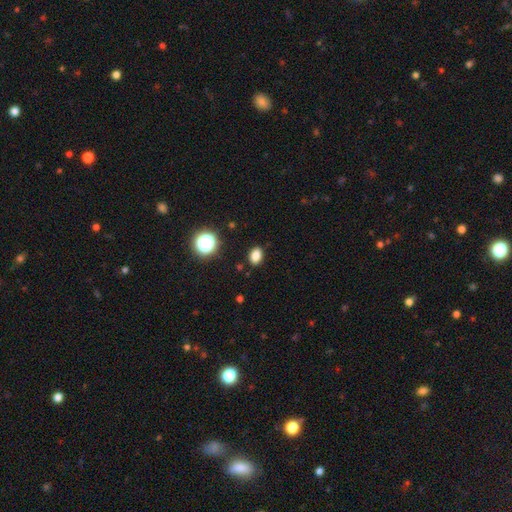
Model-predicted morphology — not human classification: Smooth or featured? Predicted: smooth (p=0.82). How rounded? Predicted: in between (p=0.73). Merging? Predicted: none (p=0.88).